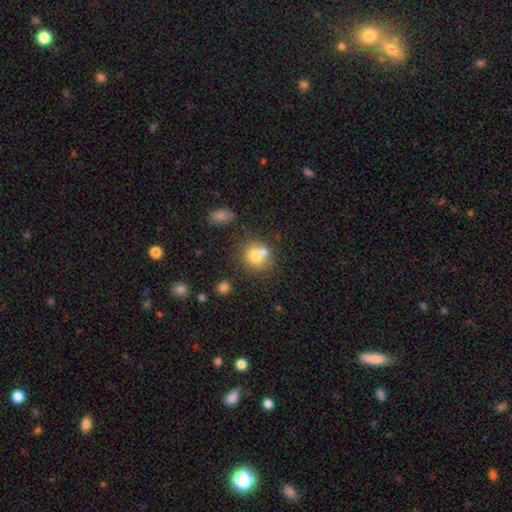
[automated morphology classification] smooth_or_featured: smooth (p=0.71) [alt: featured or disk p=0.18]
how_rounded: round (p=0.80) [alt: in between p=0.19]
merging: none (p=0.45) [alt: merger p=0.40]